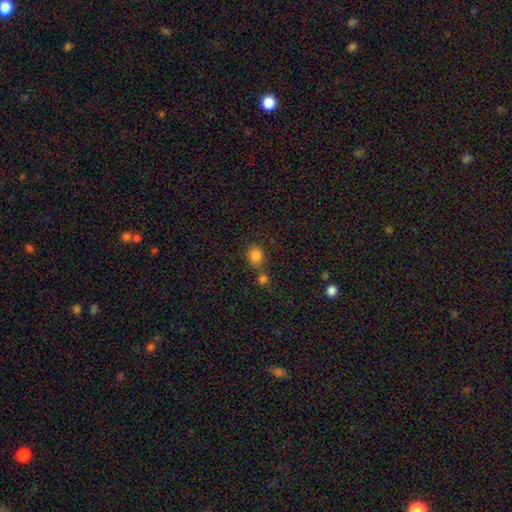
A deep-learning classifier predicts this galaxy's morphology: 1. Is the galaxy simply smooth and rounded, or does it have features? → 83% smooth, 12% star or artifact, 5% featured or disk.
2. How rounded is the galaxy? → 67% round, 32% in between, 1% cigar-shaped.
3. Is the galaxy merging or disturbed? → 62% none, 22% merger, 12% minor disturbance, 4% major disturbance.